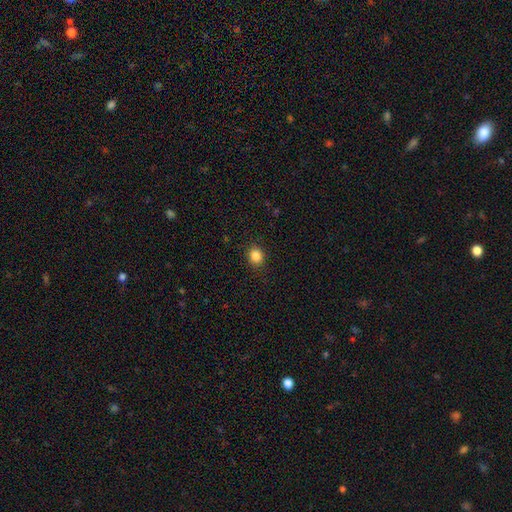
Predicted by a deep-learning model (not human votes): This appears to be a smooth galaxy with no disk features (86%) that is round (67%). Merging: none (89%).